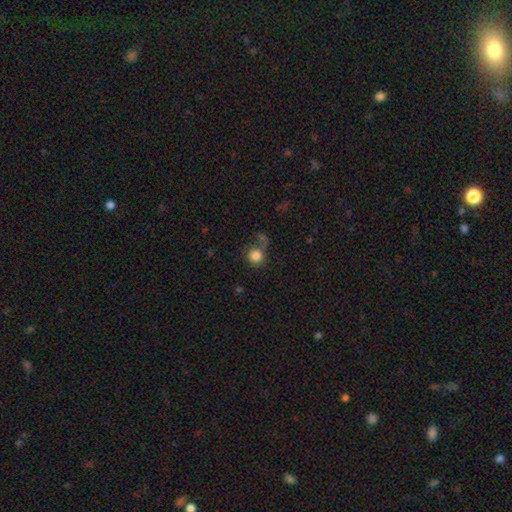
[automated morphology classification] smooth_or_featured: smooth (p=0.82) [alt: star or artifact p=0.09]
how_rounded: round (p=0.89) [alt: in between p=0.10]
merging: none (p=0.51) [alt: merger p=0.20]